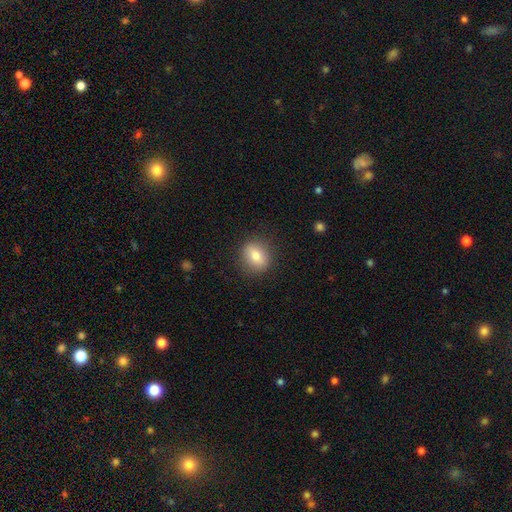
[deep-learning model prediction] smooth_or_featured: smooth (p=0.77) [alt: featured or disk p=0.14]
how_rounded: round (p=0.58) [alt: in between p=0.40]
merging: none (p=0.86) [alt: minor disturbance p=0.10]